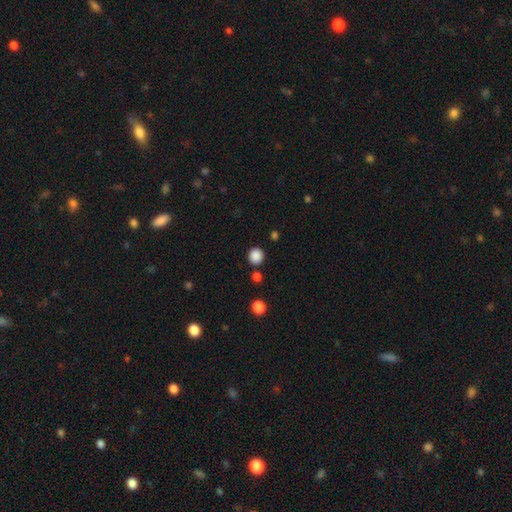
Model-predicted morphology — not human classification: smooth 87%, star or artifact 10%, featured or disk 3%. Down the decision tree: how rounded — round (88%); merging — none (87%).